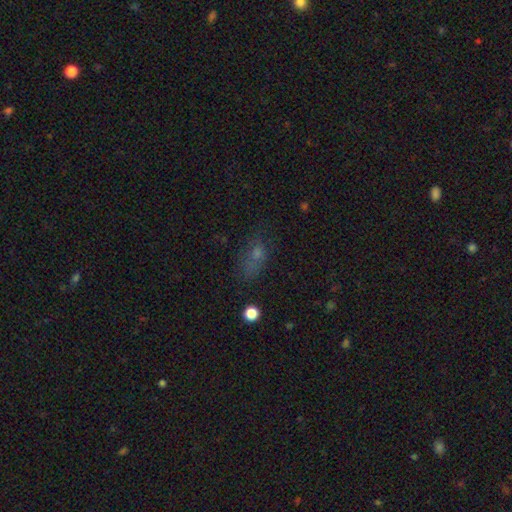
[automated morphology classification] This is possibly a smooth galaxy (57%). How rounded: likely in between (73%). Merging: possibly none (50%).